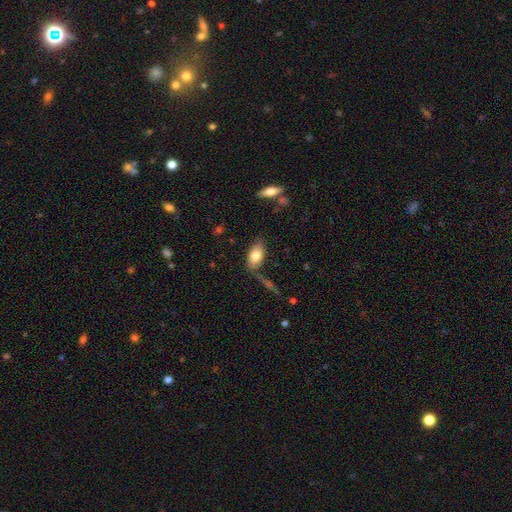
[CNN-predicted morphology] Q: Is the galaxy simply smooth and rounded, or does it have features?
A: smooth — 79%.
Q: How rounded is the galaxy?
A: in between — 90%.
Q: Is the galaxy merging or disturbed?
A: none — 73%.